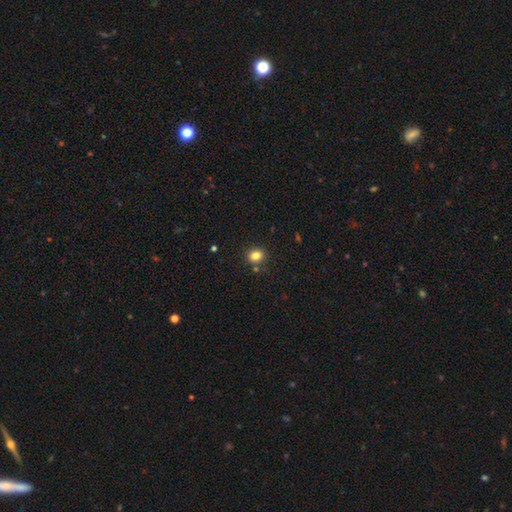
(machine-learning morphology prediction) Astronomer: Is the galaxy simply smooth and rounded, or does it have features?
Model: smooth — 82%.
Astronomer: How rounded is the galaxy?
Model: round — 69%.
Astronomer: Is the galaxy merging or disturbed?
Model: none — 85%.